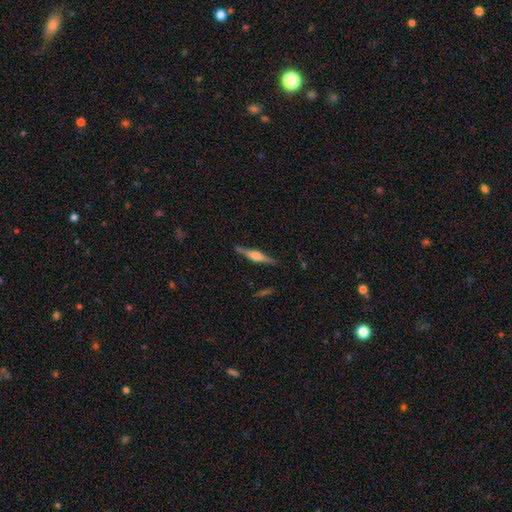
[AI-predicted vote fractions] Smooth or featured: featured or disk — 72% (smooth — 22%)
Edge-on disk: yes — 98% (no — 2%)
Edge-on bulge: rounded — 79% (boxy — 17%)
Merging: none — 88% (minor disturbance — 9%)